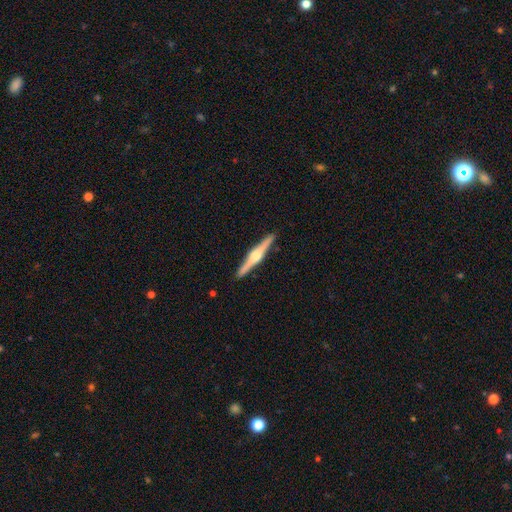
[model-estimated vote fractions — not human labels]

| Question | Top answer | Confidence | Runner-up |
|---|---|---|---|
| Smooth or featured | featured or disk | 78% | smooth (17%) |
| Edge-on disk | yes | 98% | no (2%) |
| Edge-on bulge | rounded | 89% | boxy (8%) |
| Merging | none | 92% | minor disturbance (6%) |